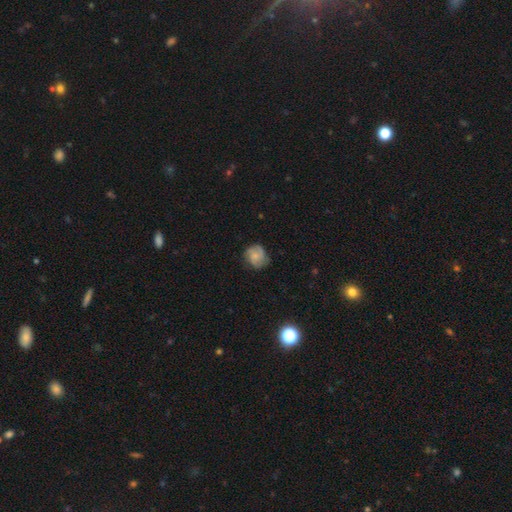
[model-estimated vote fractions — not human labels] Morphology: type=featured or disk (49%); merging=none (73%).